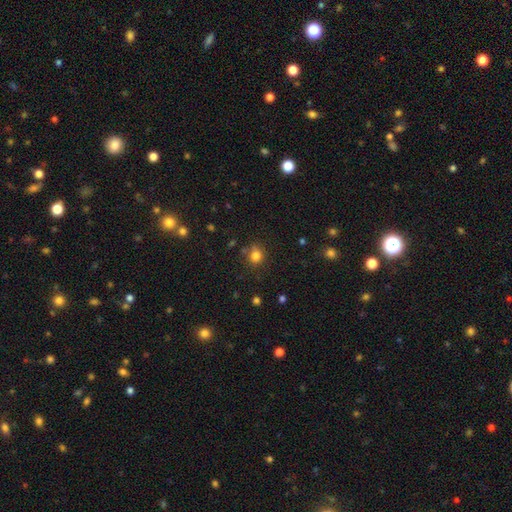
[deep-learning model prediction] A smooth galaxy with no disk features (80%) that is round (83%). Merging: none (74%).